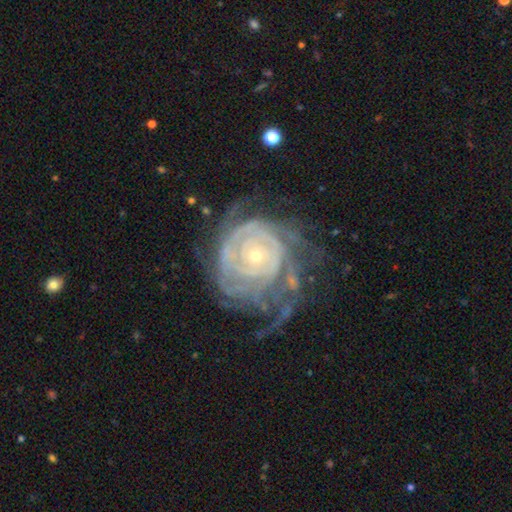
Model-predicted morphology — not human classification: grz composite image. It shows a featured or disk galaxy (87%) with no bar (81%), tight (83%) spiral arms (94%) and a small central bulge (75%). Merging: none (51%).